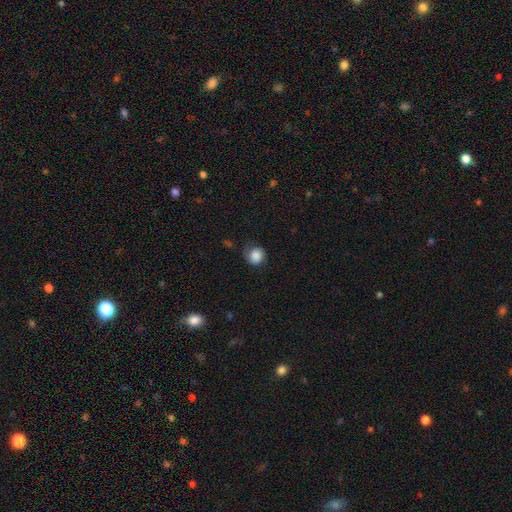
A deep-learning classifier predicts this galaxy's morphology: type=smooth (79%); roundness=round (82%); merging=none (58%).